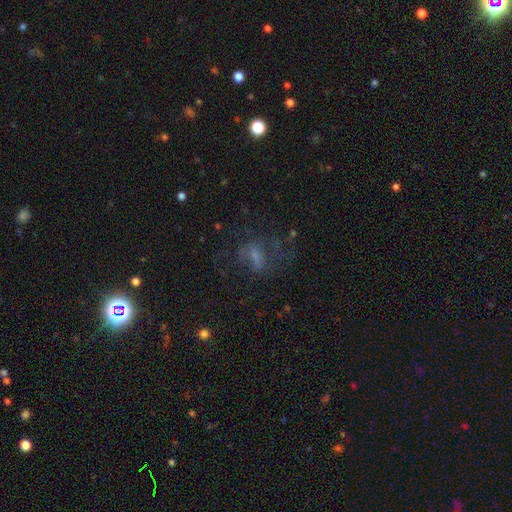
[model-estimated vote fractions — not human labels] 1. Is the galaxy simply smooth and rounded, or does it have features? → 40% featured or disk, 38% smooth, 22% star or artifact.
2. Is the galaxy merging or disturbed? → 43% none, 35% major disturbance, 18% minor disturbance, 3% merger.